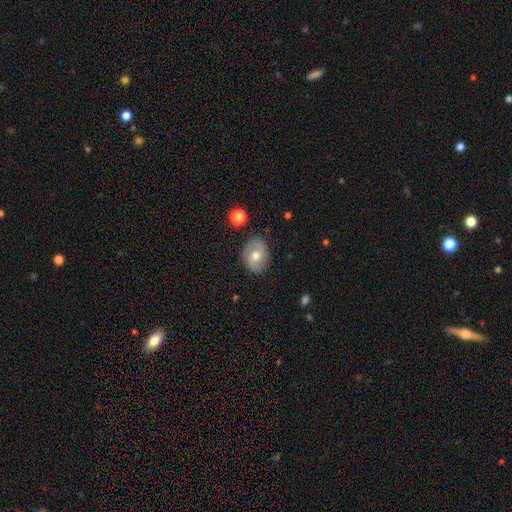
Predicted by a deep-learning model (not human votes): smooth-or-featured: smooth: 55% | featured or disk: 36% | star or artifact: 9%
  how-rounded: in between: 56% | round: 43% | cigar-shaped: 1%
  merging: none: 80% | minor disturbance: 15% | major disturbance: 4% | merger: 2%